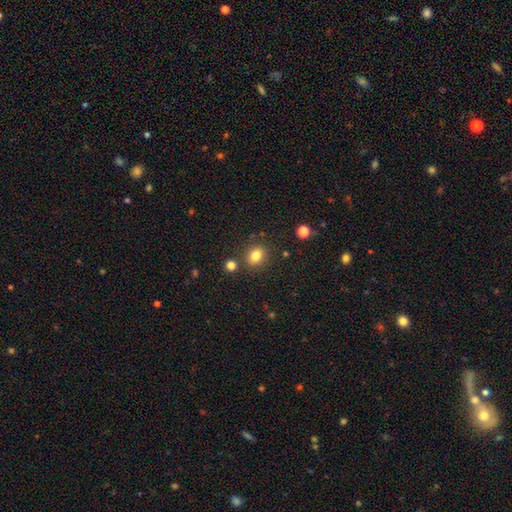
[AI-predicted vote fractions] Q: Smooth or featured?
A: smooth (81%); runner-up: star or artifact (12%)
Q: How rounded?
A: in between (50%); runner-up: round (49%)
Q: Merging?
A: none (78%); runner-up: minor disturbance (11%)